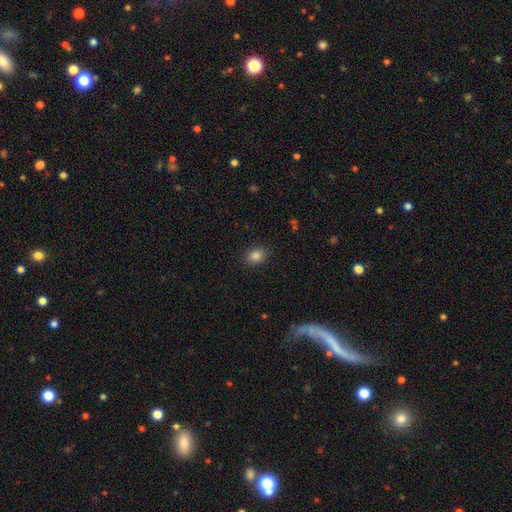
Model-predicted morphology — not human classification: The model was most divided on "how rounded": in between: 66%, round: 33%, cigar-shaped: 1%. More confident: merging — none (88%); smooth or featured — smooth (86%).